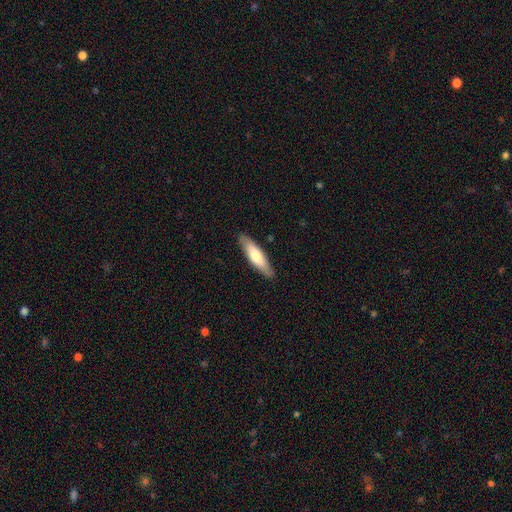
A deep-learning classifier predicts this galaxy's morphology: smooth_or_featured: smooth (p=0.67) [alt: featured or disk p=0.28]
how_rounded: cigar-shaped (p=0.68) [alt: in between p=0.30]
merging: none (p=0.88) [alt: minor disturbance p=0.09]